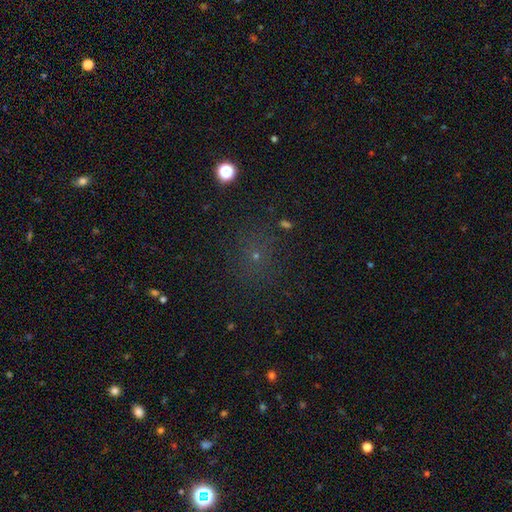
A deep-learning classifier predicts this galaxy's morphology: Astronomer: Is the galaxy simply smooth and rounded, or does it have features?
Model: smooth — 47% (runner-up: star or artifact, 43%).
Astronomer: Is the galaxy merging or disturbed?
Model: none — 82%.